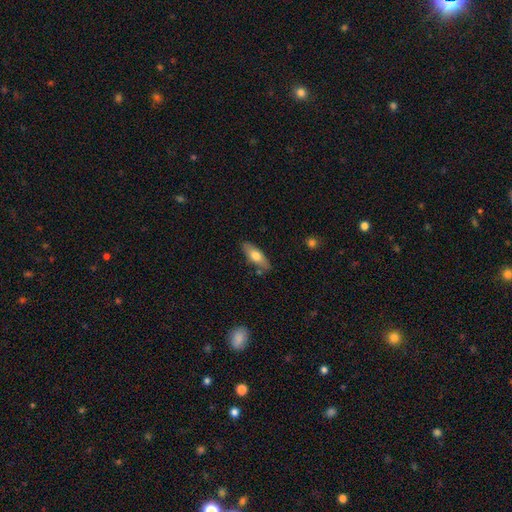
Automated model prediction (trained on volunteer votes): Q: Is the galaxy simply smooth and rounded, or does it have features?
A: smooth — 68%.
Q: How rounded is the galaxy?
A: in between — 71%.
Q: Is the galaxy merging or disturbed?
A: none — 79%.